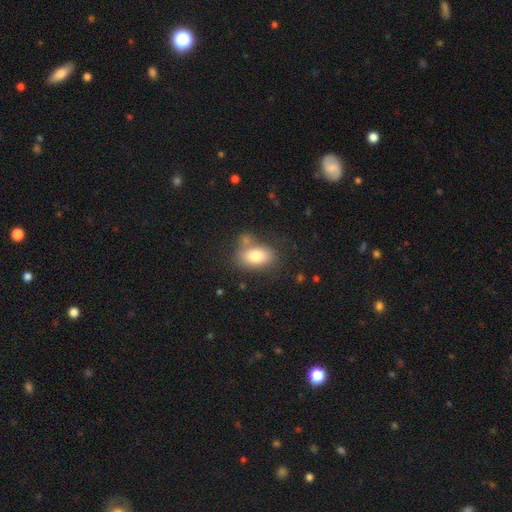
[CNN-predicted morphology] Smooth or featured? smooth (79%)
How rounded? in between (87%)
Merging? none (63%)